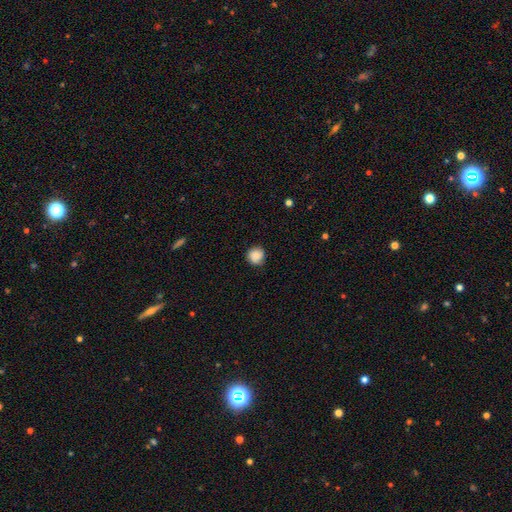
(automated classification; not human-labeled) Smooth or featured?
  - smooth: 84% *
  - star or artifact: 8%
  - featured or disk: 8%
How rounded?
  - round: 91% *
  - in between: 8%
  - cigar-shaped: 1%
Merging?
  - none: 80% *
  - minor disturbance: 16%
  - major disturbance: 3%
  - merger: 1%